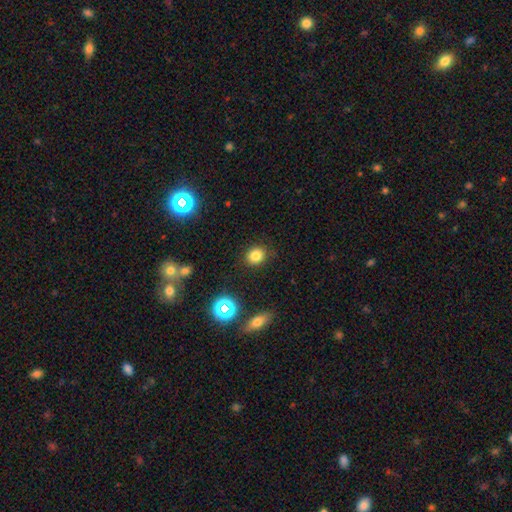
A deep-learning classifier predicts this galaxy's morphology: Smooth or featured?
  - smooth: 81% *
  - star or artifact: 13%
  - featured or disk: 6%
How rounded?
  - round: 72% *
  - in between: 27%
  - cigar-shaped: 1%
Merging?
  - none: 87% *
  - minor disturbance: 9%
  - major disturbance: 3%
  - merger: 2%